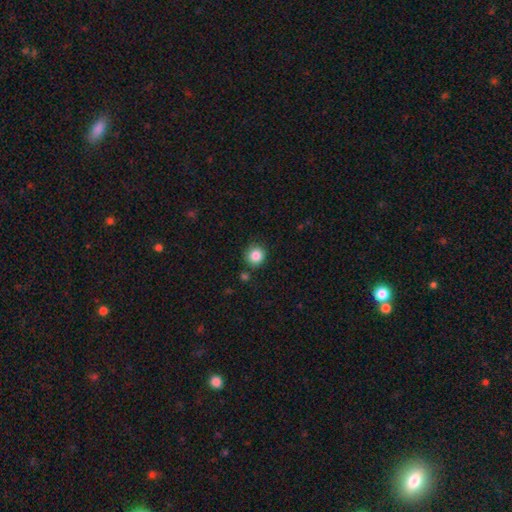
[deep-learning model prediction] Overall: smooth (85%). How rounded: round (90%). Merging: none (83%).